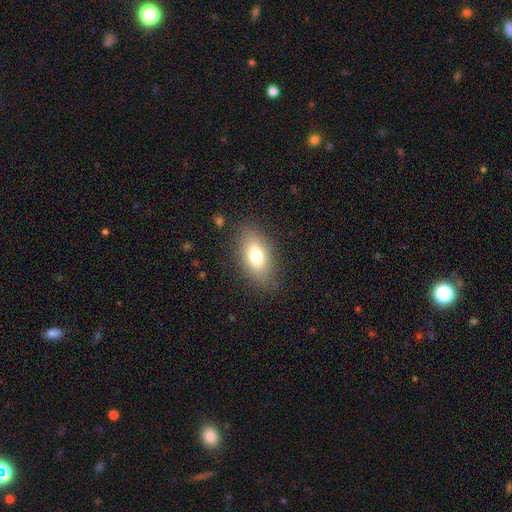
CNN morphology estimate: type=smooth (74%); roundness=in between (86%); merging=none (81%).